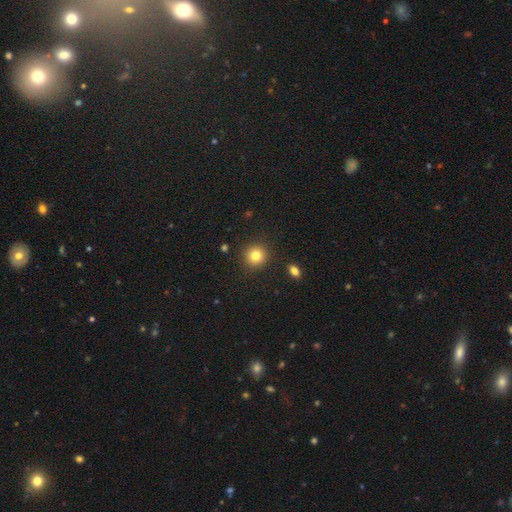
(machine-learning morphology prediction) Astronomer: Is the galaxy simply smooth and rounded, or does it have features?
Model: smooth — 82%.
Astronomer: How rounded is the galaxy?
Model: round — 93%.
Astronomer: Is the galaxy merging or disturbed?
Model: none — 90%.